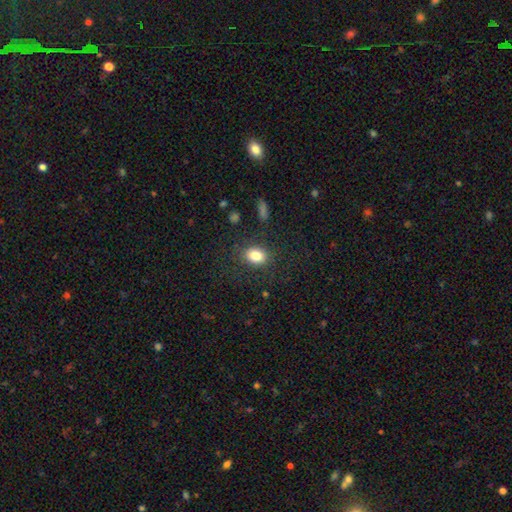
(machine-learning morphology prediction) type=smooth (82%); roundness=in between (65%); merging=none (83%).